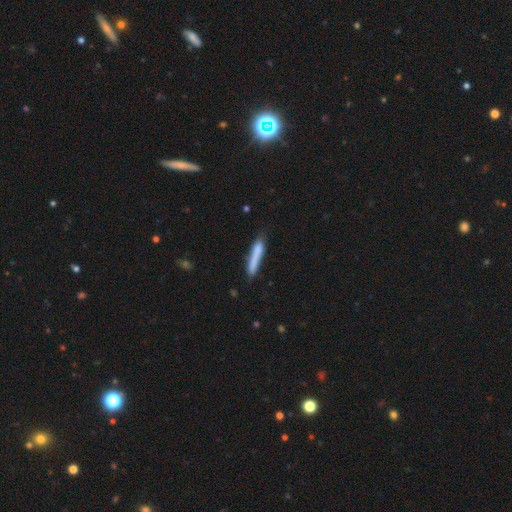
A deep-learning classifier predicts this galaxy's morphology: This is likely a smooth galaxy (76%). How rounded: clearly cigar-shaped (93%). Merging: likely none (67%).